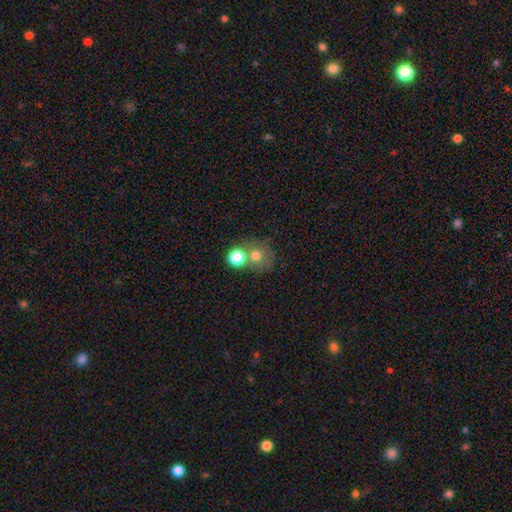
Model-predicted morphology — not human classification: A smooth galaxy with no disk features (71%) that is round (81%). Merging: none (45%).